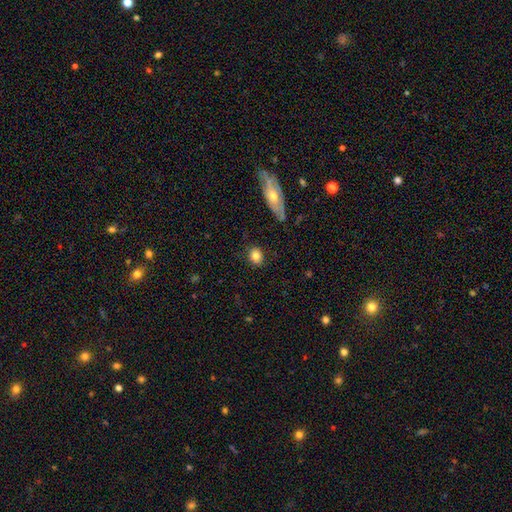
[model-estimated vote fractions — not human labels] This appears to be a smooth galaxy with no disk features (82%) that is round (60%). Merging: none (83%).